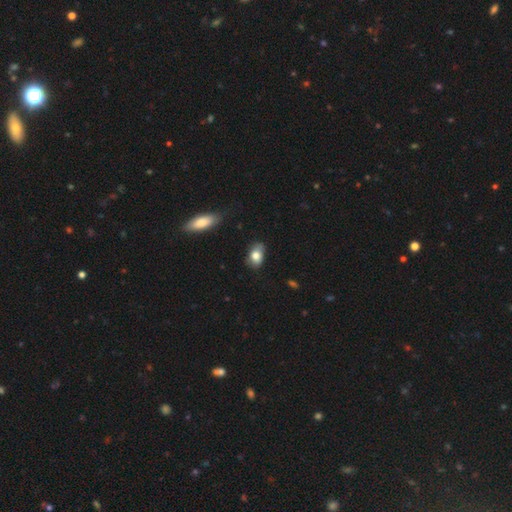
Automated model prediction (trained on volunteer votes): Overall: smooth (77%). How rounded: in between (85%). Merging: none (66%).